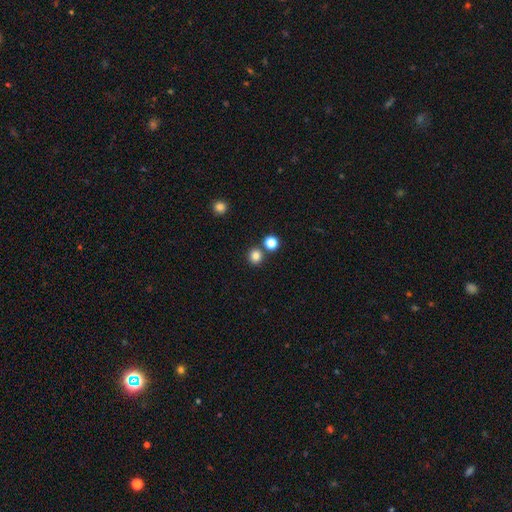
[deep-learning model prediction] The model was most divided on "merging": none: 79%, merger: 12%, minor disturbance: 7%, major disturbance: 2%. More confident: how rounded — round (89%); smooth or featured — smooth (82%).